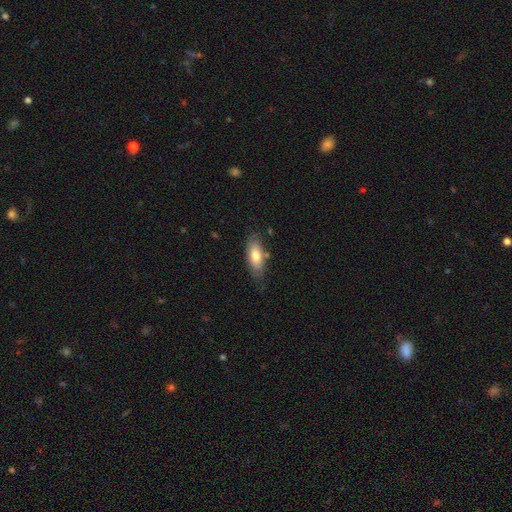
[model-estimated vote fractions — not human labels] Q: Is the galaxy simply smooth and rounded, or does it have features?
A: smooth — 71%.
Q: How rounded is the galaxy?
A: in between — 81%.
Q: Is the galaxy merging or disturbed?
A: none — 64%.